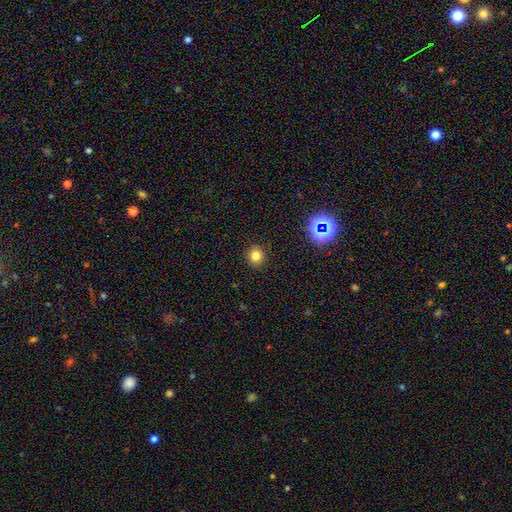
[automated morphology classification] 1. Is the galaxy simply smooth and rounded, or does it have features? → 78% smooth, 16% star or artifact, 6% featured or disk.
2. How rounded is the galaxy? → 88% round, 11% in between, 1% cigar-shaped.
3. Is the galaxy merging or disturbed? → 91% none, 6% minor disturbance, 2% major disturbance, 1% merger.